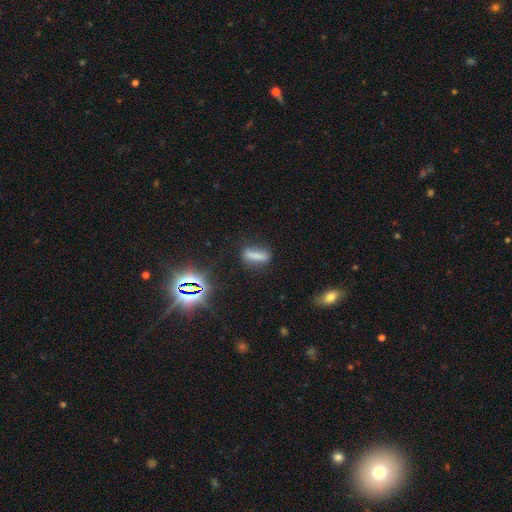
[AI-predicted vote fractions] A smooth galaxy with no disk features (69%) that is cigar-shaped (61%). Merging: none (70%).